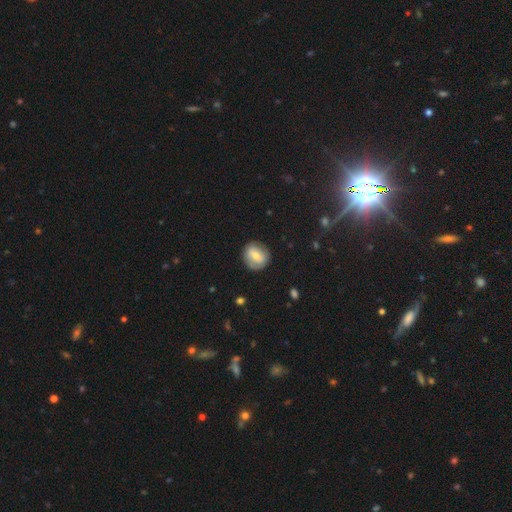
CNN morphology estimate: Smooth or featured: smooth — 57% (featured or disk — 36%)
How rounded: round — 78% (in between — 21%)
Merging: none — 83% (minor disturbance — 12%)